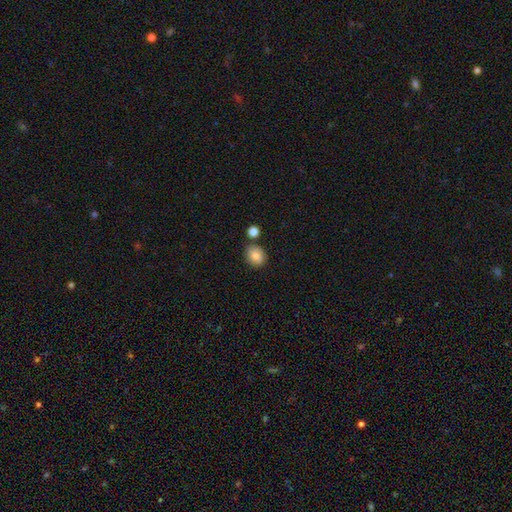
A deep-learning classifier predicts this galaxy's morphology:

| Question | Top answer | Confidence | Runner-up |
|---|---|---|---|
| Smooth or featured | smooth | 85% | star or artifact (9%) |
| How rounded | round | 61% | in between (38%) |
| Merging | none | 77% | minor disturbance (12%) |